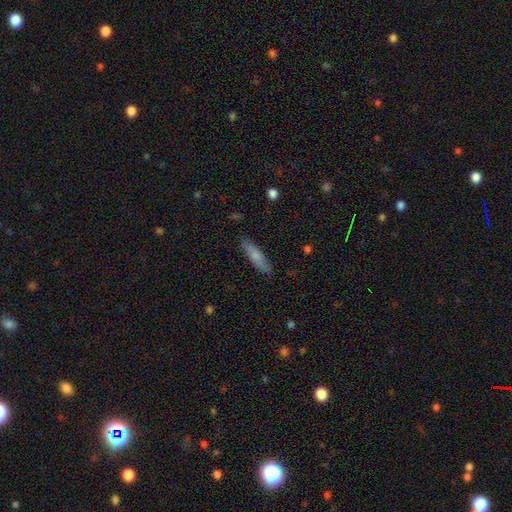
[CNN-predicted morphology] Q: Smooth or featured?
A: smooth (72%); runner-up: featured or disk (22%)
Q: How rounded?
A: cigar-shaped (75%); runner-up: in between (24%)
Q: Merging?
A: none (87%); runner-up: minor disturbance (10%)